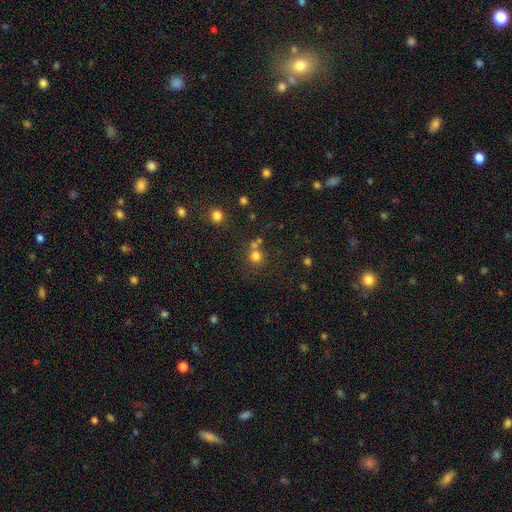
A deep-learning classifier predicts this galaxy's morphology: smooth_or_featured: smooth (p=0.76) [alt: star or artifact p=0.17]
how_rounded: round (p=0.90) [alt: in between p=0.09]
merging: none (p=0.61) [alt: merger p=0.26]